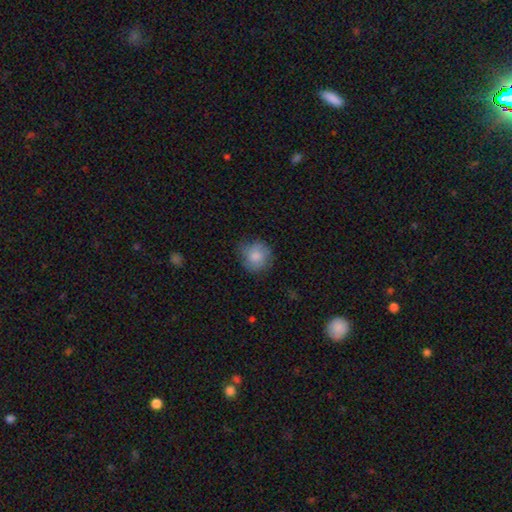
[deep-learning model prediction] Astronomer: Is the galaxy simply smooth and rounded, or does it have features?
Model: smooth — 81%.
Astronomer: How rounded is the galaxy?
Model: round — 87%.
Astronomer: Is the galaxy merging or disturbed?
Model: none — 71%.